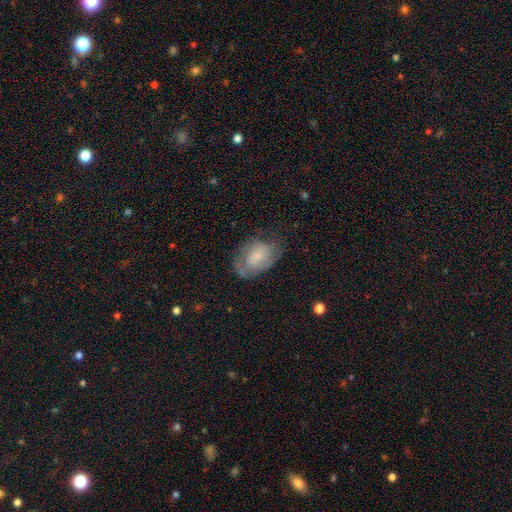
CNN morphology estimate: Smooth or featured? Predicted: smooth (p=0.47). Merging? Predicted: none (p=0.60).